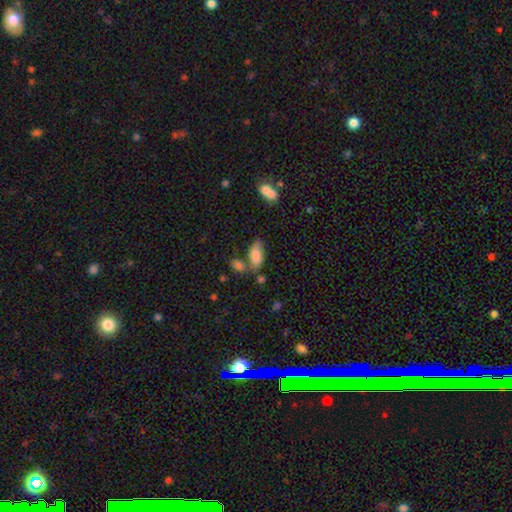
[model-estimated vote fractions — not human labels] A smooth galaxy with no disk features (77%) that is in between round and cigar-shaped (88%). Merging: none (51%).